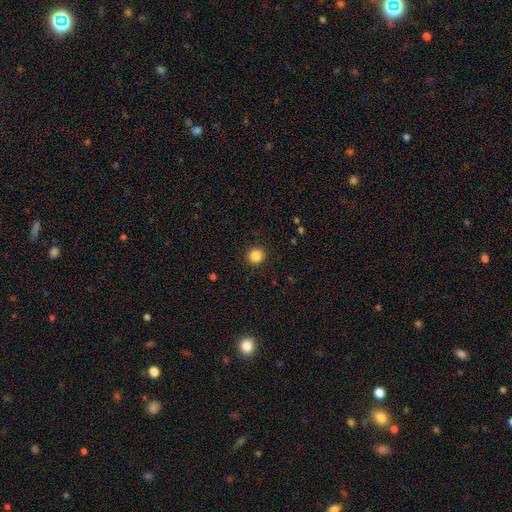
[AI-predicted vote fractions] Smooth or featured: smooth — 86% (star or artifact — 11%)
How rounded: round — 94% (in between — 5%)
Merging: none — 92% (minor disturbance — 5%)